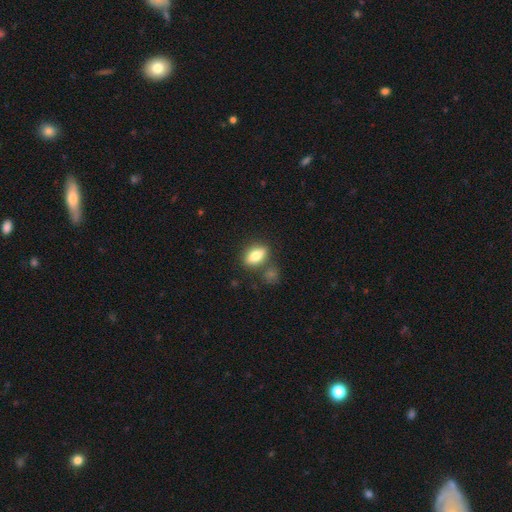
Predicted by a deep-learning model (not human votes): smooth-or-featured: smooth: 74% | featured or disk: 18% | star or artifact: 8%
  how-rounded: in between: 78% | cigar-shaped: 13% | round: 9%
  merging: none: 75% | minor disturbance: 12% | merger: 10% | major disturbance: 3%